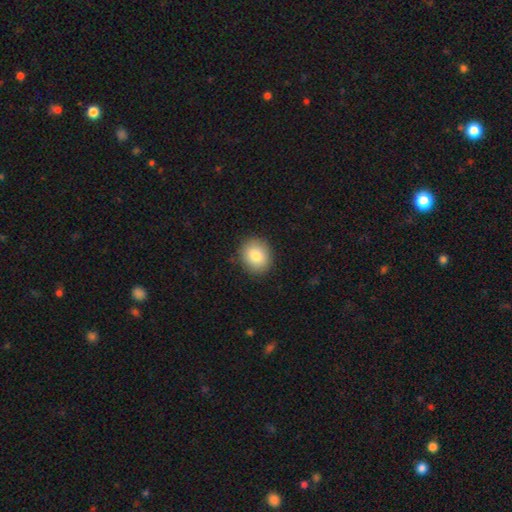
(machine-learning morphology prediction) This appears to be a smooth galaxy with no disk features (84%) that is round (68%). Merging: none (89%).